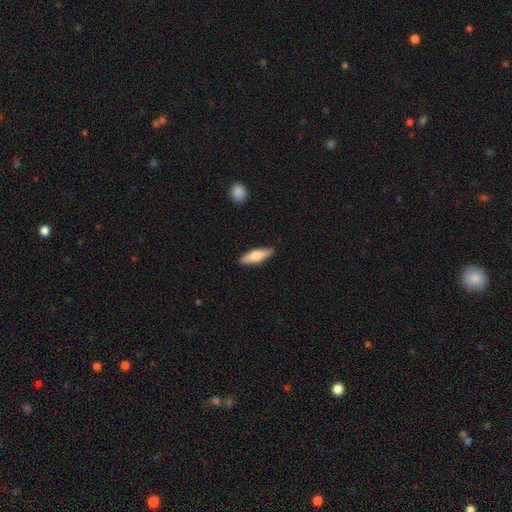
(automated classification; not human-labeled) Smooth or featured? smooth (68%)
How rounded? cigar-shaped (52%)
Merging? none (88%)